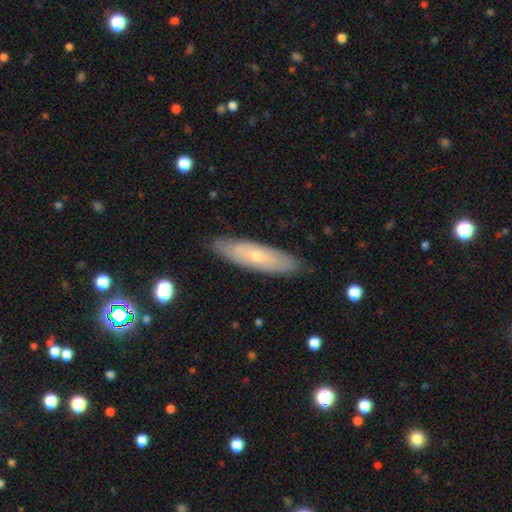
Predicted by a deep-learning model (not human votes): This appears to be a featured or disk galaxy (47%, tied with smooth). Merging: none (84%).